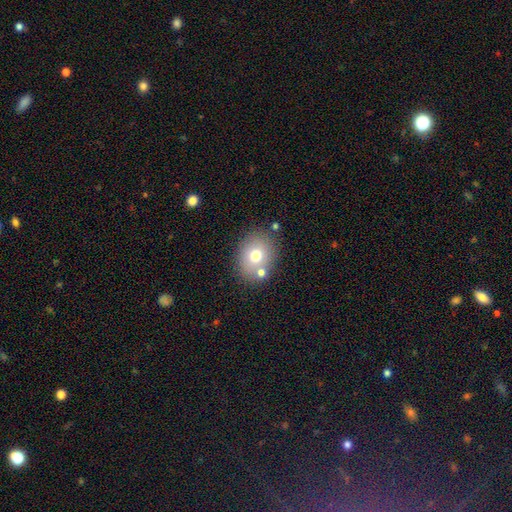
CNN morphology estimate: The model was most divided on "how rounded": round: 50%, in between: 49%, cigar-shaped: 1%. More confident: merging — none (74%); smooth or featured — smooth (71%).